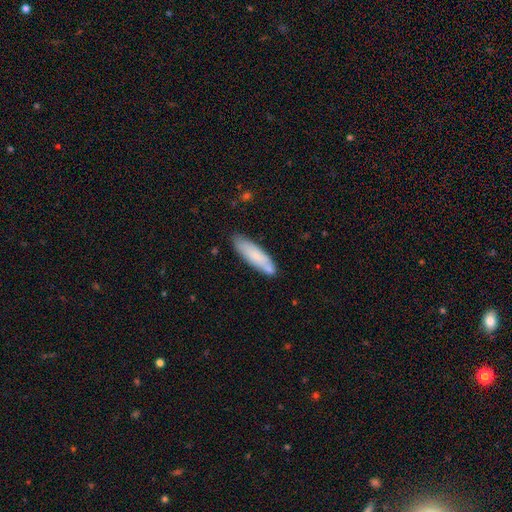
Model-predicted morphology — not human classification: smooth 71%, featured or disk 23%, star or artifact 7%. Down the decision tree: how rounded — cigar-shaped (67%); merging — none (78%).